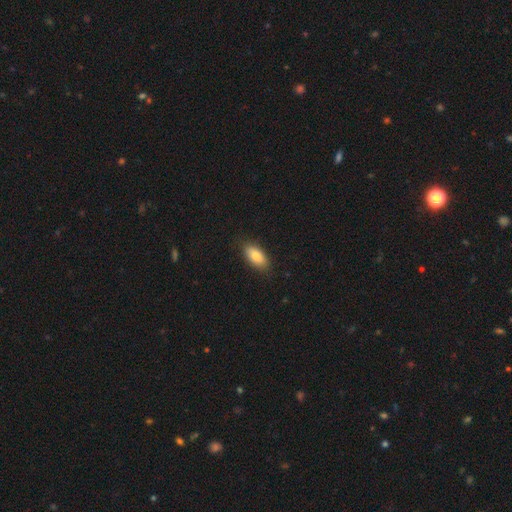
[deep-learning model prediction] Smooth or featured?
  - smooth: 83% *
  - featured or disk: 10%
  - star or artifact: 7%
How rounded?
  - in between: 88% *
  - cigar-shaped: 9%
  - round: 3%
Merging?
  - none: 85% *
  - minor disturbance: 12%
  - major disturbance: 2%
  - merger: 1%